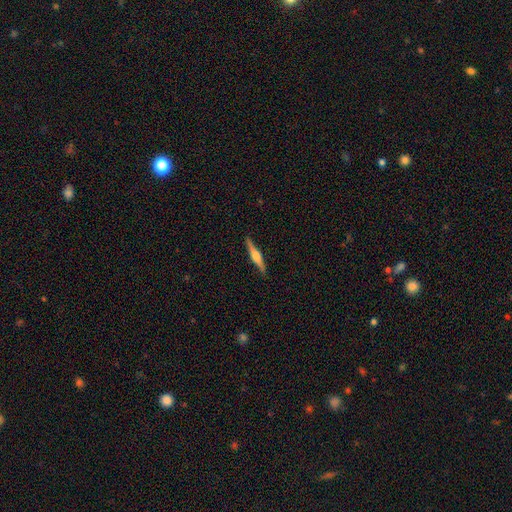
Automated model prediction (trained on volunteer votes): Smooth or featured?
  - featured or disk: 71% *
  - smooth: 23%
  - star or artifact: 5%
Edge-on disk?
  - yes: 98% *
  - no: 2%
Edge-on bulge?
  - rounded: 84% *
  - boxy: 12%
  - none: 4%
Merging?
  - none: 91% *
  - minor disturbance: 7%
  - major disturbance: 1%
  - merger: 1%